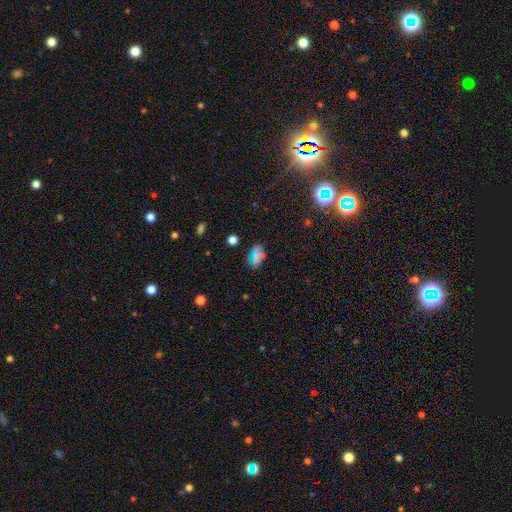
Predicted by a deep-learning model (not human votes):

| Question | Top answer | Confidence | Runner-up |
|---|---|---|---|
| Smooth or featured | smooth | 65% | star or artifact (26%) |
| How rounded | in between | 82% | round (12%) |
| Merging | none | 76% | minor disturbance (15%) |